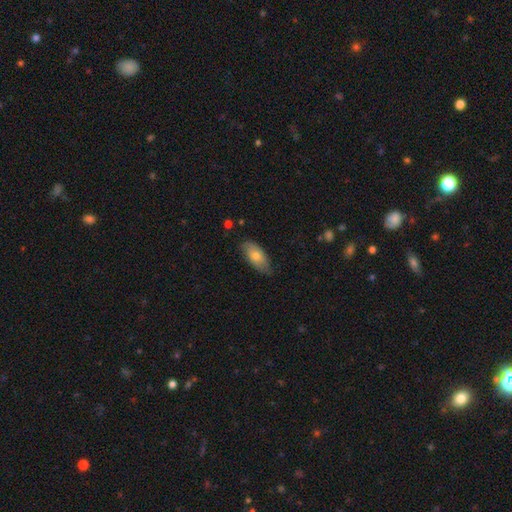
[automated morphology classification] smooth-or-featured: smooth: 71% | featured or disk: 23% | star or artifact: 6%
  how-rounded: in between: 89% | cigar-shaped: 8% | round: 3%
  merging: none: 75% | minor disturbance: 21% | major disturbance: 3% | merger: 1%